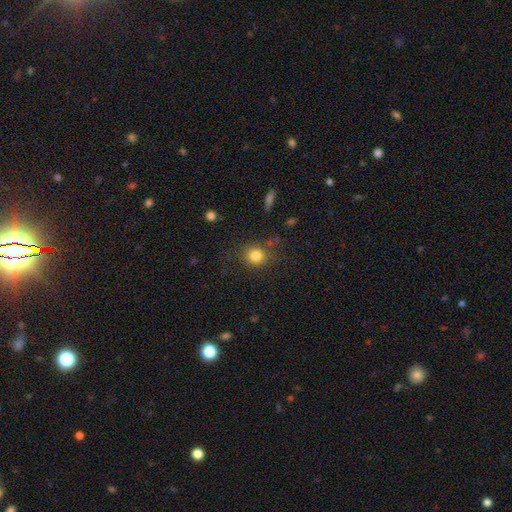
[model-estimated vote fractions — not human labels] The model was most divided on "how rounded": round: 82%, in between: 16%, cigar-shaped: 1%. More confident: smooth or featured — smooth (82%); merging — none (79%).